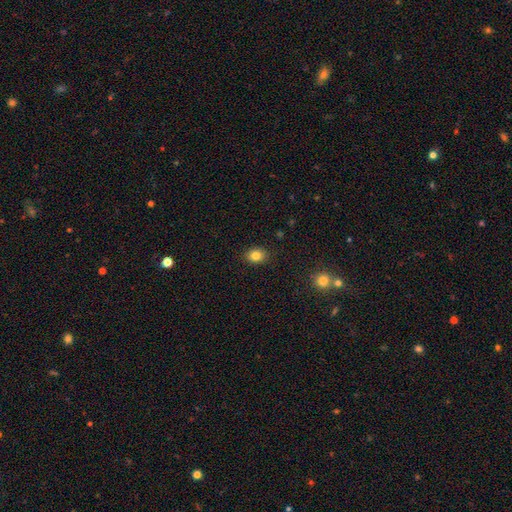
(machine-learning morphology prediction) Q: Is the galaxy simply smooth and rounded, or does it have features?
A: smooth — 82%.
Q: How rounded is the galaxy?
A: in between — 54%.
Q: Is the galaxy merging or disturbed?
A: none — 88%.